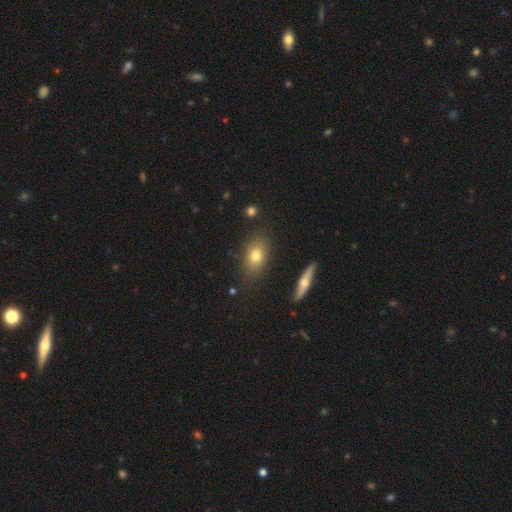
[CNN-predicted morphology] A smooth galaxy with no disk features (73%) that is in between round and cigar-shaped (76%). Merging: none (82%).